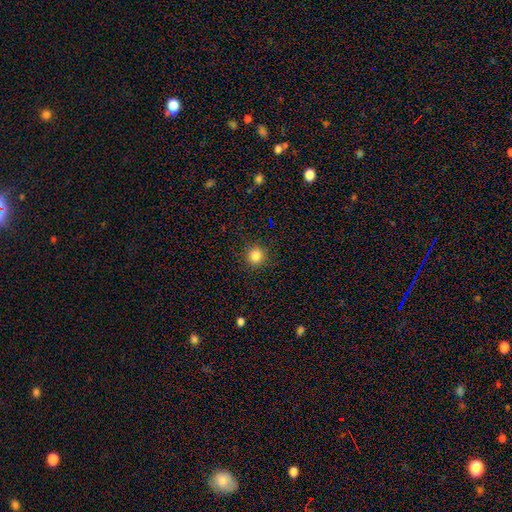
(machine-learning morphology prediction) smooth_or_featured: smooth (p=0.85) [alt: star or artifact p=0.11]
how_rounded: round (p=0.89) [alt: in between p=0.10]
merging: none (p=0.90) [alt: minor disturbance p=0.07]